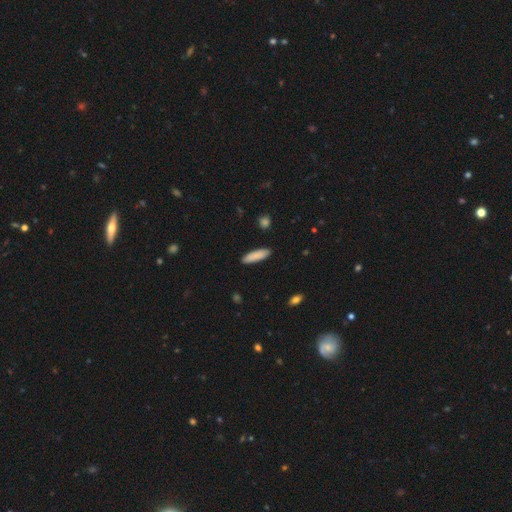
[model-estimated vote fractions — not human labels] This is clearly a smooth galaxy (87%). How rounded: likely cigar-shaped (67%). Merging: clearly none (90%).